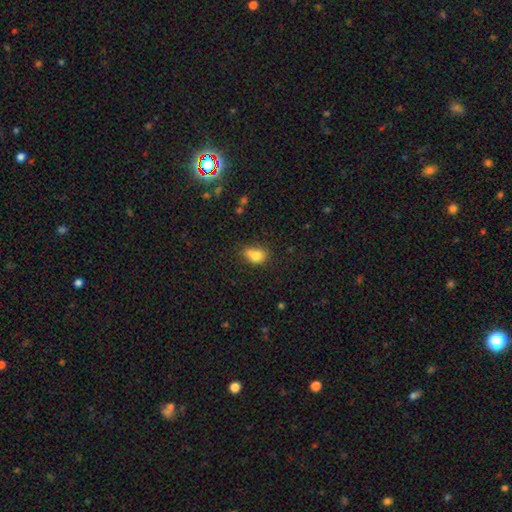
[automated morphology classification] This is likely a smooth galaxy (79%). How rounded: likely in between (74%). Merging: possibly none (45%).